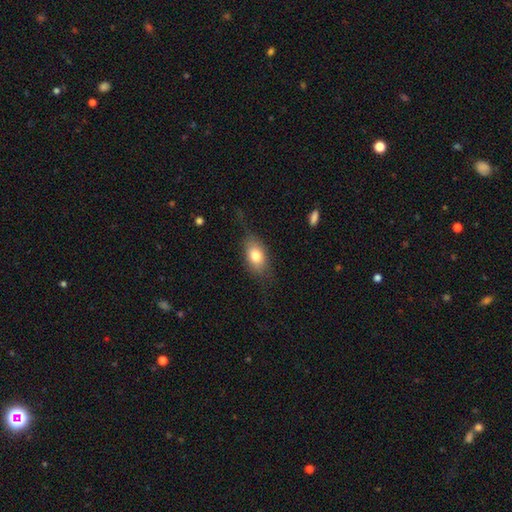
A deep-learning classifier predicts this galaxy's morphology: smooth-or-featured: smooth: 76% | featured or disk: 16% | star or artifact: 8%
  how-rounded: in between: 83% | round: 12% | cigar-shaped: 5%
  merging: none: 68% | minor disturbance: 21% | major disturbance: 10% | merger: 1%